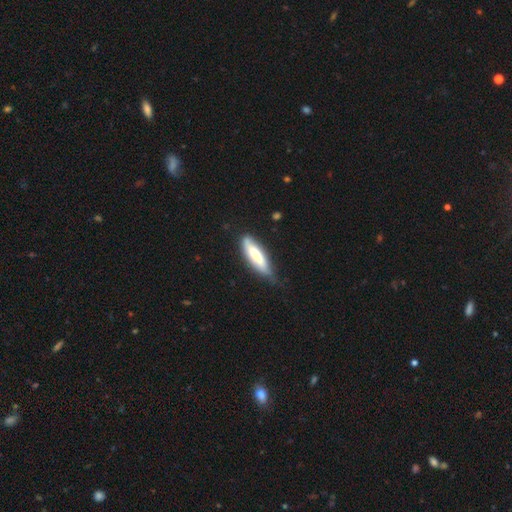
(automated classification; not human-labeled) Smooth or featured: smooth — 60% (featured or disk — 35%)
How rounded: cigar-shaped — 61% (in between — 38%)
Merging: none — 63% (minor disturbance — 29%)